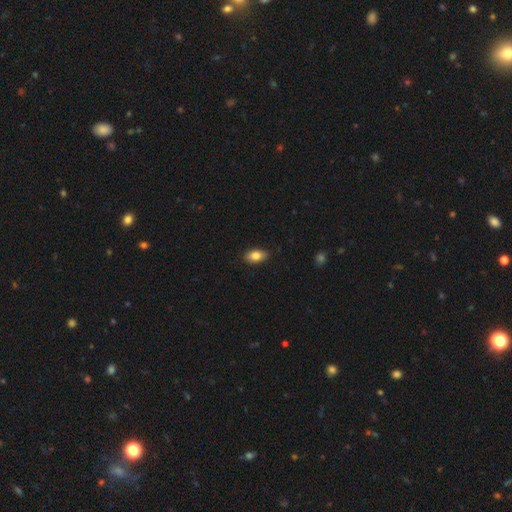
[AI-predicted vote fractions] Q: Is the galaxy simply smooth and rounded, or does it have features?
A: smooth — 83%.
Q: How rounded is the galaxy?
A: in between — 90%.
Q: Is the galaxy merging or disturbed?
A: none — 87%.